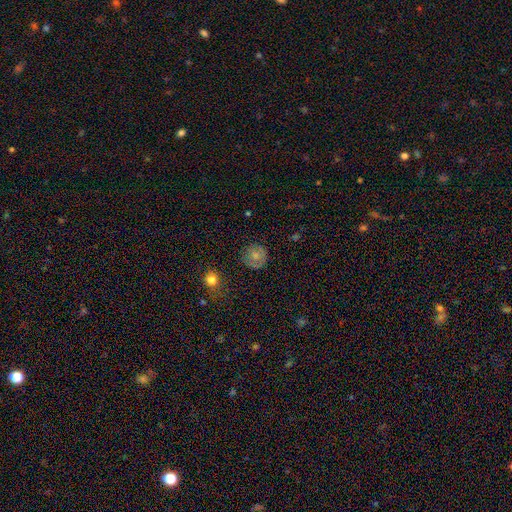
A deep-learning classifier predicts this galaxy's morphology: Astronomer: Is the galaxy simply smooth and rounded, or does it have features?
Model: smooth — 70%.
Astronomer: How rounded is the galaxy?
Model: round — 90%.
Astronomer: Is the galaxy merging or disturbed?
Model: none — 77%.